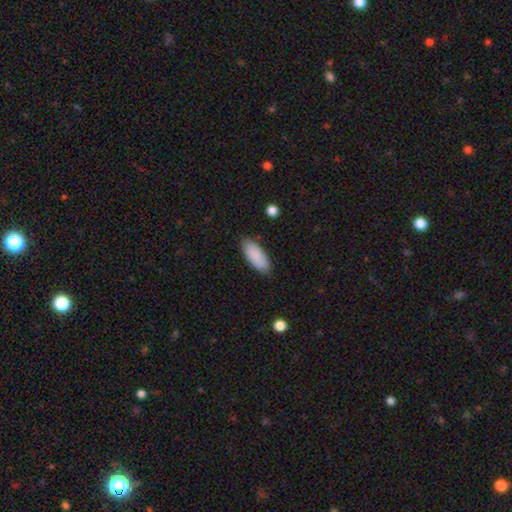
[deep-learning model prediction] This is clearly a smooth galaxy (89%). How rounded: clearly in between (81%). Merging: clearly none (85%).